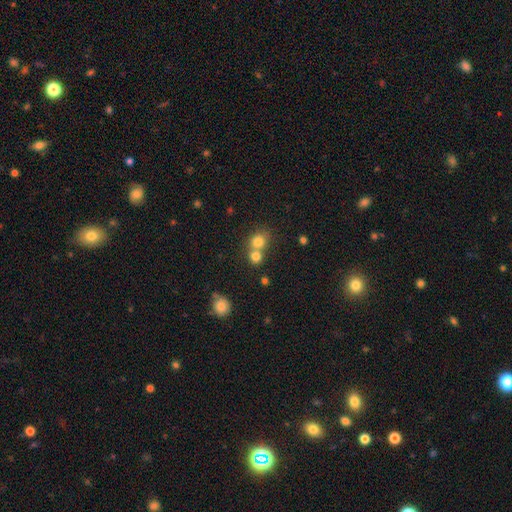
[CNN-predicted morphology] This is likely a smooth galaxy (79%). How rounded: likely round (80%). Merging: possibly merger (50%).